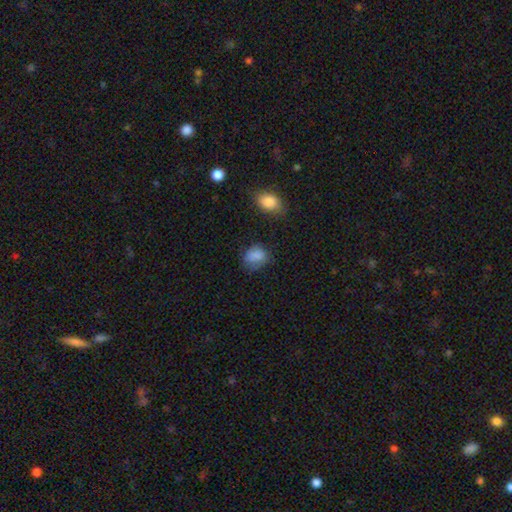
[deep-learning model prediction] Smooth or featured?
  - smooth: 82% *
  - star or artifact: 9%
  - featured or disk: 9%
How rounded?
  - in between: 52% *
  - round: 46%
  - cigar-shaped: 1%
Merging?
  - none: 57% *
  - minor disturbance: 29%
  - major disturbance: 10%
  - merger: 4%